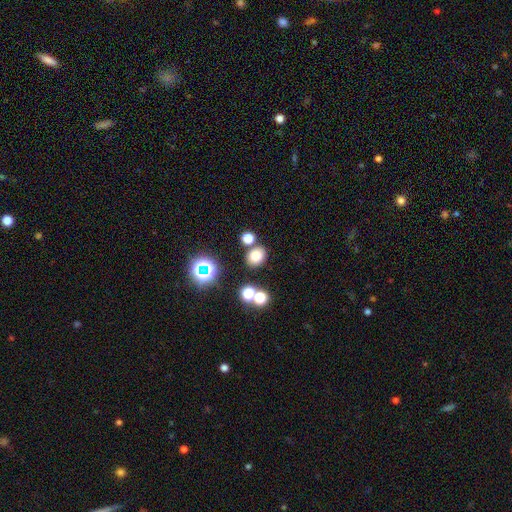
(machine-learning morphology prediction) The model was most divided on "how rounded": round: 57%, in between: 42%, cigar-shaped: 1%. More confident: merging — none (76%); smooth or featured — smooth (75%).